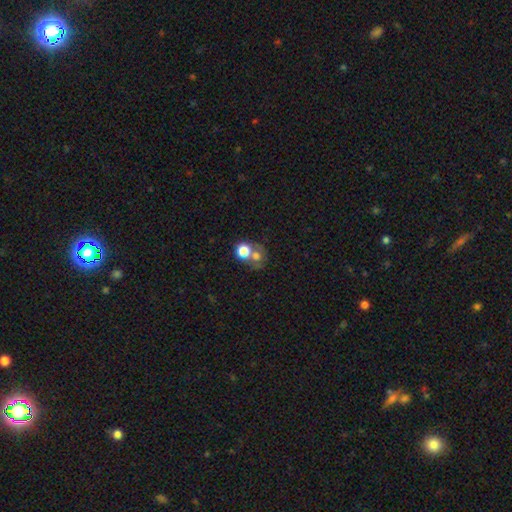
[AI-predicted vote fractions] Smooth or featured? Predicted: smooth (p=0.63). How rounded? Predicted: round (p=0.72). Merging? Predicted: merger (p=0.51).